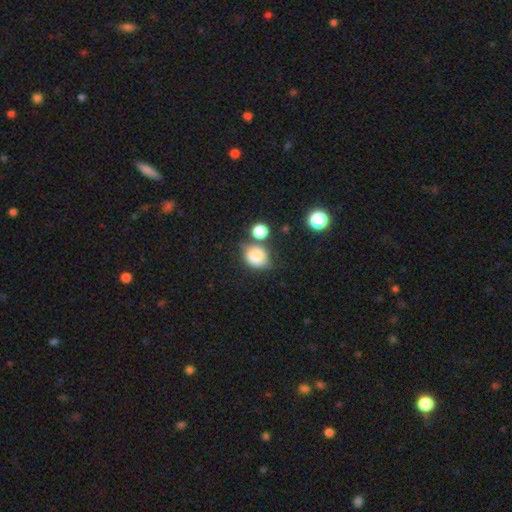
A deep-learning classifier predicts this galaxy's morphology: A smooth galaxy with no disk features (80%) that is round (63%).

Vote fractions:
- Smooth or featured? smooth: 80% / star or artifact: 10% / featured or disk: 10%
- How rounded? round: 63% / in between: 36% / cigar-shaped: 1%
- Merging? none: 51% / minor disturbance: 22% / merger: 19% / major disturbance: 8%